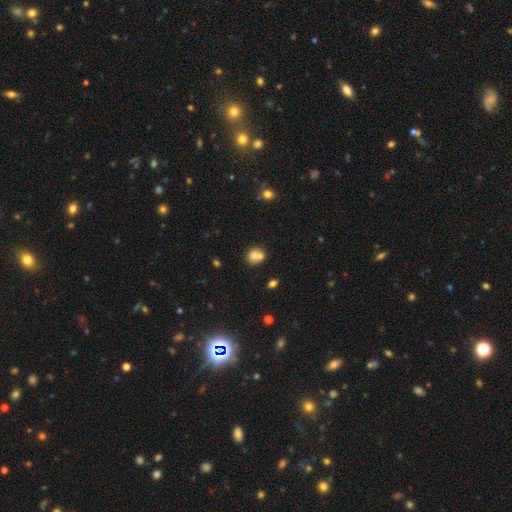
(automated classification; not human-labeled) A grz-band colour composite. It shows a smooth galaxy with no disk features (76%) that is round (64%). Merging: none (42%).